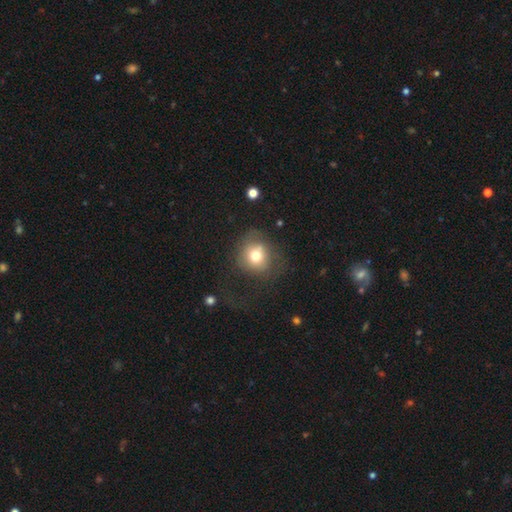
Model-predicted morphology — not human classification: This appears to be a smooth galaxy with no disk features (71%) that is round (78%). Merging: none (52%).